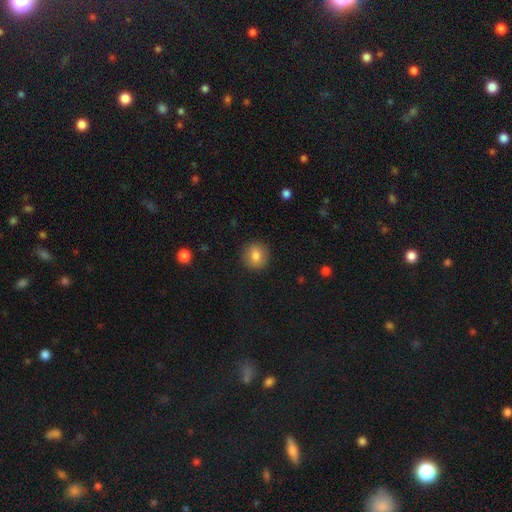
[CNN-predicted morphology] Smooth or featured? Predicted: smooth (p=0.81). How rounded? Predicted: round (p=0.86). Merging? Predicted: none (p=0.90).